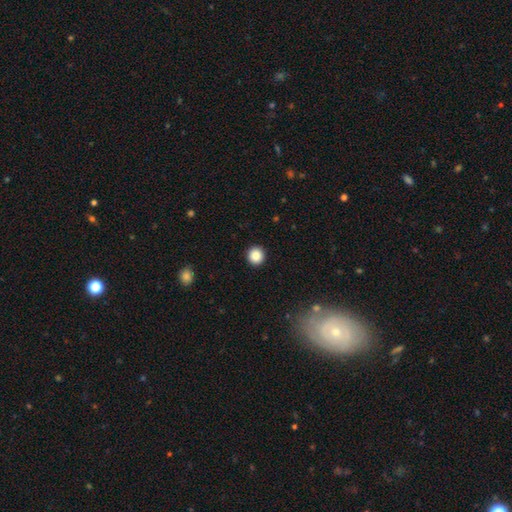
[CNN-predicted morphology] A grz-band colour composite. It shows a smooth galaxy with no disk features (86%) that is round (94%). Merging: none (94%).